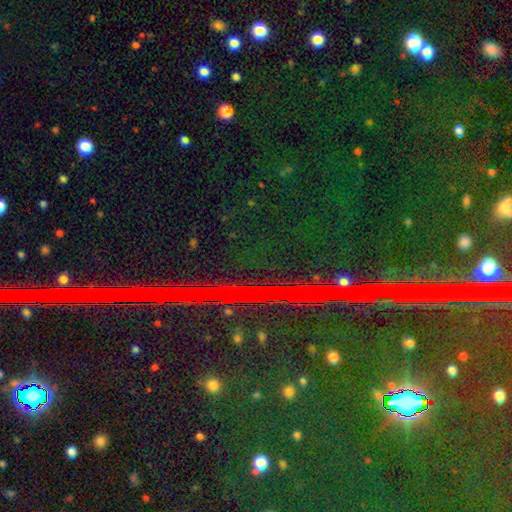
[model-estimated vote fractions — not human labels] The model was most divided on "smooth or featured": star or artifact: 86%, featured or disk: 8%, smooth: 6%.